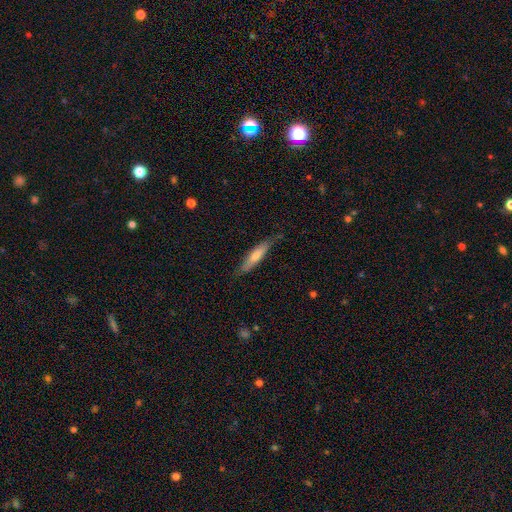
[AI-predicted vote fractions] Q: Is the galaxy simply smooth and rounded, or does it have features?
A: smooth — 61%.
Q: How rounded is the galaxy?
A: cigar-shaped — 84%.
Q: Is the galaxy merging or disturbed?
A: none — 78%.